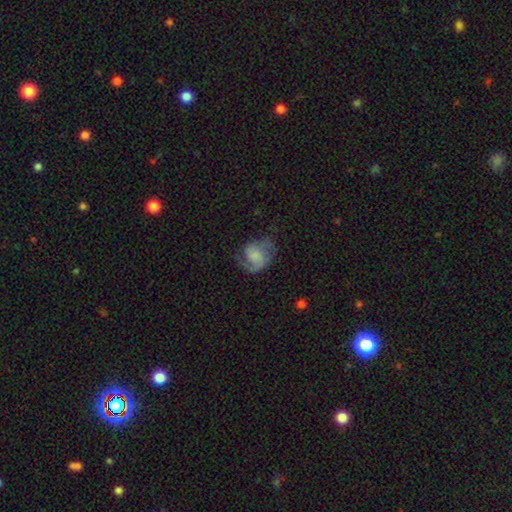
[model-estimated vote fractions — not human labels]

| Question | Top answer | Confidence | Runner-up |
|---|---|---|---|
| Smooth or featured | featured or disk | 57% | smooth (35%) |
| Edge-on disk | no | 98% | yes (2%) |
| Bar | no | 65% | weak (29%) |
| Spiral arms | yes | 88% | no (12%) |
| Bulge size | small | 37% | none (29%) |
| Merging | none | 51% | minor disturbance (25%) |